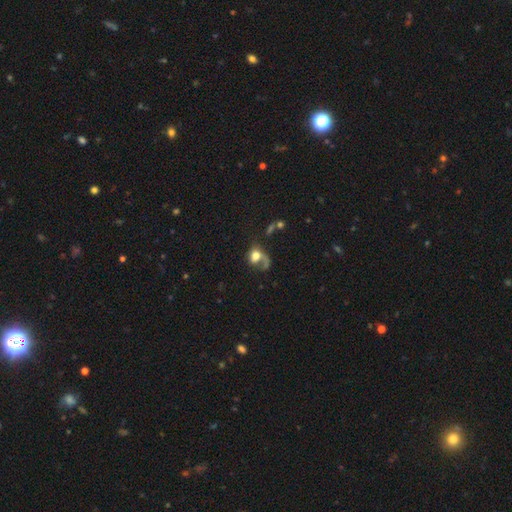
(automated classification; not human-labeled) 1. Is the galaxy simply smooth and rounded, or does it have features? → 51% smooth, 39% featured or disk, 11% star or artifact.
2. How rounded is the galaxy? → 52% round, 46% in between, 2% cigar-shaped.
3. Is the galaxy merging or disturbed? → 43% major disturbance, 30% none, 16% minor disturbance, 11% merger.